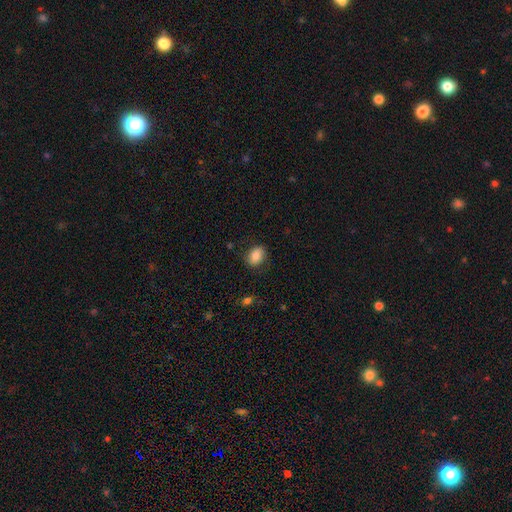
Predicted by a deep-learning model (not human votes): smooth_or_featured: smooth (p=0.83) [alt: featured or disk p=0.09]
how_rounded: in between (p=0.65) [alt: round p=0.34]
merging: none (p=0.77) [alt: minor disturbance p=0.16]